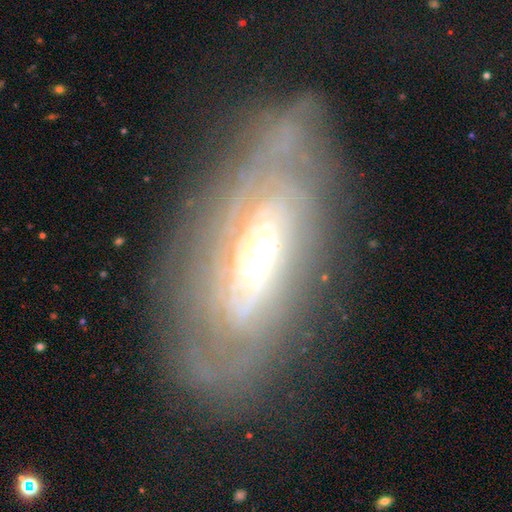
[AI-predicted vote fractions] Smooth or featured?
  - featured or disk: 81% *
  - smooth: 12%
  - star or artifact: 7%
Edge-on disk?
  - no: 82% *
  - yes: 18%
Bar?
  - no: 67% *
  - weak: 23%
  - strong: 10%
Spiral arms?
  - yes: 77% *
  - no: 23%
Spiral winding?
  - tight: 75% *
  - medium: 18%
  - loose: 6%
Spiral arm count?
  - can't tell: 60% *
  - 2: 13%
  - 3: 8%
  - more than 4: 7%
  - 4: 6%
  - 1: 5%
Bulge size?
  - moderate: 64% *
  - small: 18%
  - large: 14%
  - dominant: 2%
  - none: 2%
Merging?
  - none: 68% *
  - minor disturbance: 20%
  - major disturbance: 11%
  - merger: 2%